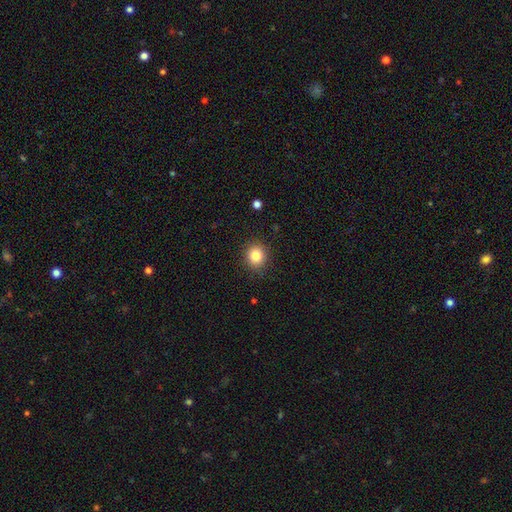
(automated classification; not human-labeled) A smooth galaxy with no disk features (84%) that is round (82%).

Vote fractions:
- Smooth or featured? smooth: 84% / star or artifact: 10% / featured or disk: 6%
- How rounded? round: 82% / in between: 17% / cigar-shaped: 1%
- Merging? none: 89% / minor disturbance: 8% / major disturbance: 2% / merger: 1%